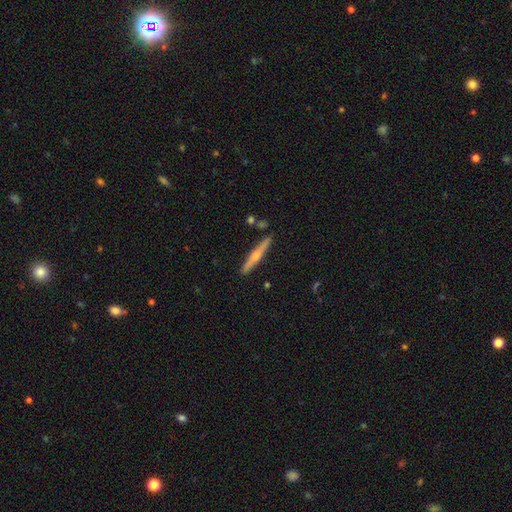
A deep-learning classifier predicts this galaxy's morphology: Smooth or featured? Predicted: featured or disk (p=0.63). Edge-on disk? Predicted: yes (p=0.98). Edge-on bulge? Predicted: rounded (p=0.86). Merging? Predicted: none (p=0.90).